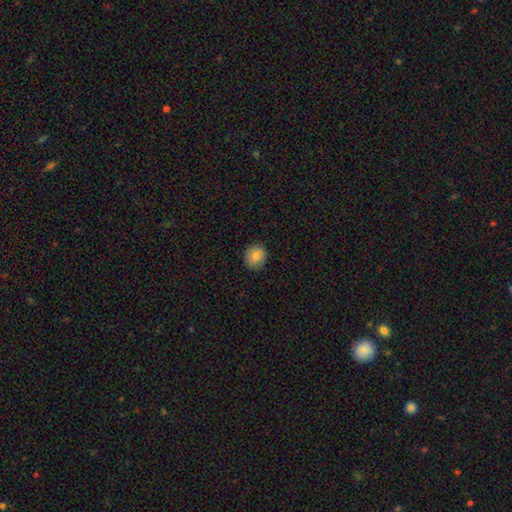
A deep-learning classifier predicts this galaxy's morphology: type=smooth (84%); roundness=round (74%); merging=none (88%).